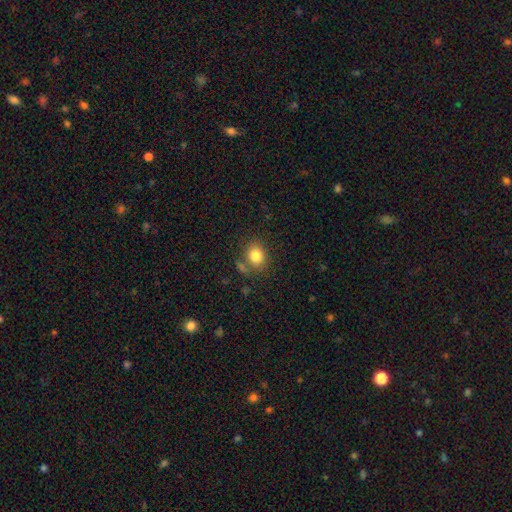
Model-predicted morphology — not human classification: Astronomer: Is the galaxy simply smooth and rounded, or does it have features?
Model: smooth — 82%.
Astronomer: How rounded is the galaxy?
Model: round — 64%.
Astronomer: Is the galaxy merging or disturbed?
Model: none — 72%.